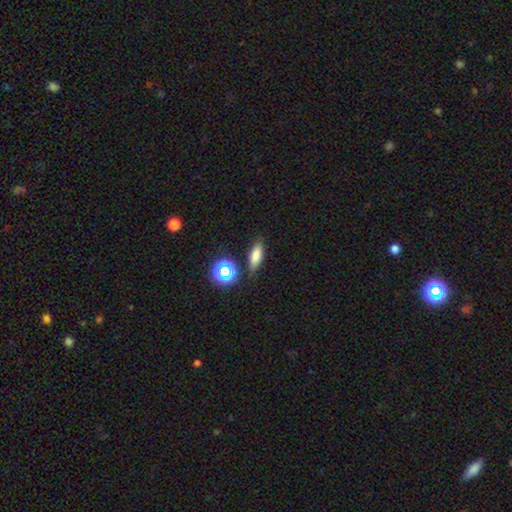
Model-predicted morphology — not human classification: Smooth or featured? smooth (74%)
How rounded? in between (64%)
Merging? none (81%)